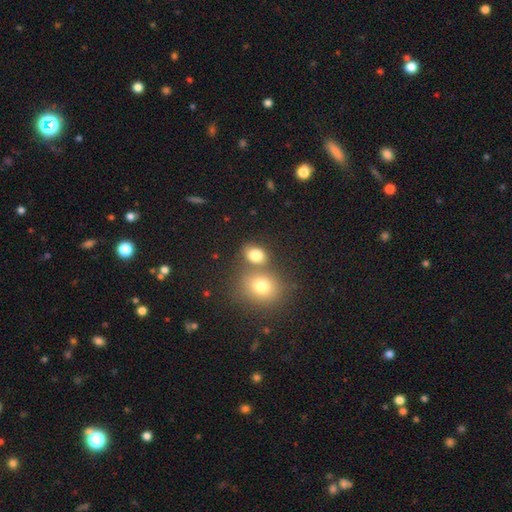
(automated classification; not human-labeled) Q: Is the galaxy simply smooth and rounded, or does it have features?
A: smooth — 80%.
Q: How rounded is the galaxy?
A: in between — 54%.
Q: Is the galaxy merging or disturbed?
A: none — 52%.